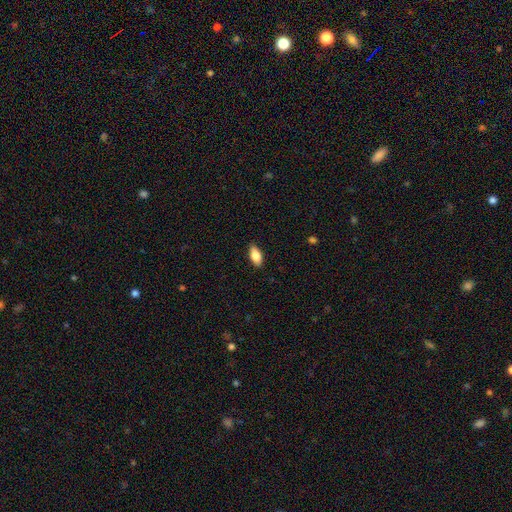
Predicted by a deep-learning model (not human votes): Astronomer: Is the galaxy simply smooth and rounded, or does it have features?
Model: smooth — 81%.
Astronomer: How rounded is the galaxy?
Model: in between — 87%.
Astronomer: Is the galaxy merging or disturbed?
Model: none — 87%.